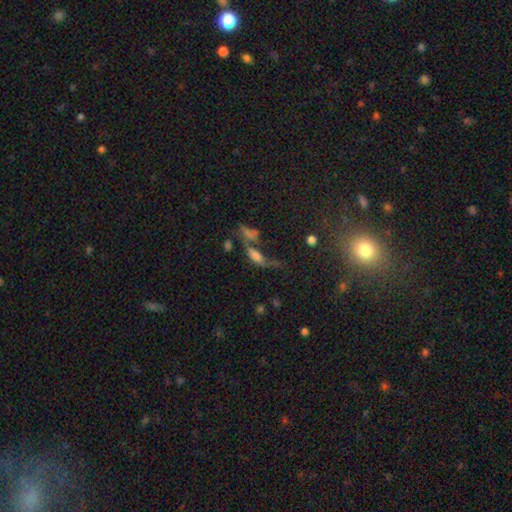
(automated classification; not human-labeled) This is possibly a smooth galaxy (49%). Merging: marginally merger (40%).